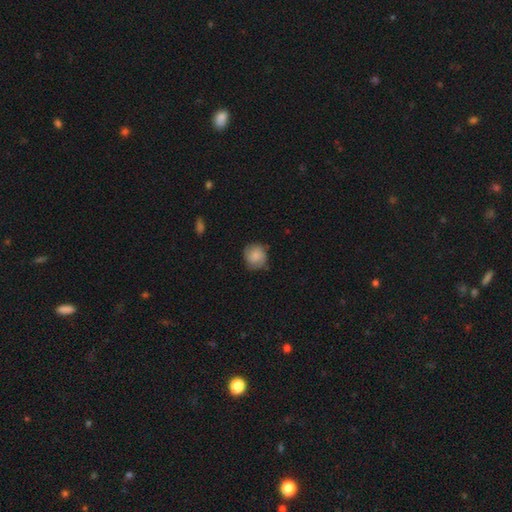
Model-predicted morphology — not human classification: smooth 77%, featured or disk 15%, star or artifact 7%. Down the decision tree: how rounded — round (86%); merging — none (73%).